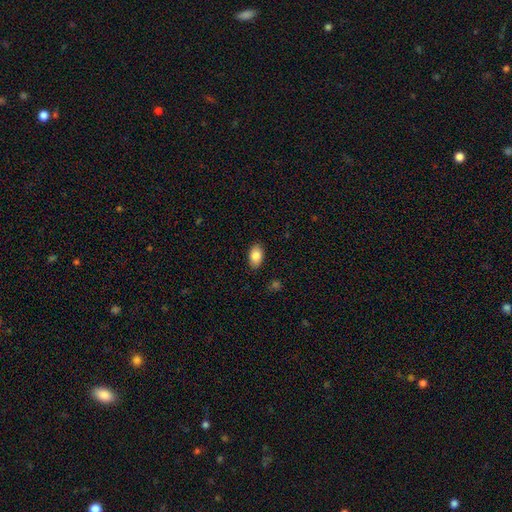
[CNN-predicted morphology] Smooth or featured?
  - smooth: 85% *
  - featured or disk: 8%
  - star or artifact: 7%
How rounded?
  - in between: 91% *
  - round: 7%
  - cigar-shaped: 2%
Merging?
  - none: 88% *
  - minor disturbance: 9%
  - major disturbance: 2%
  - merger: 1%